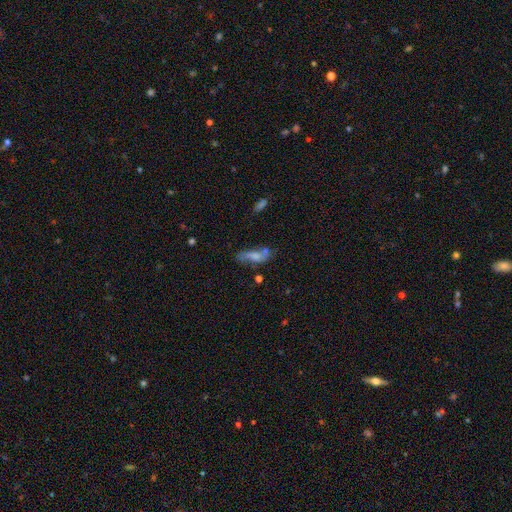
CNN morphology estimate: The model was most divided on "smooth or featured": smooth: 52%, featured or disk: 39%, star or artifact: 9%. Remaining: how rounded — in between (59%); merging — none (45%).